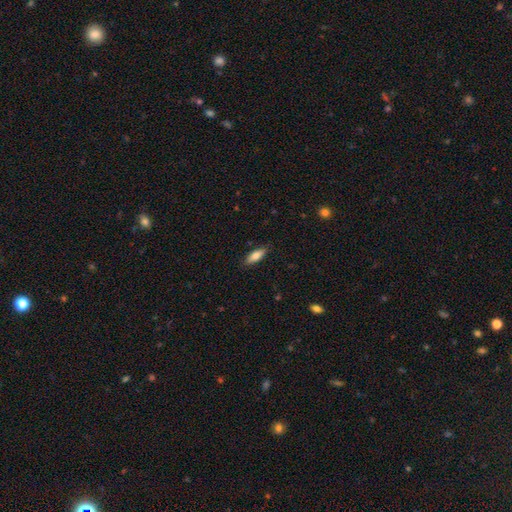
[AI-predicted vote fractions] smooth 82%, featured or disk 12%, star or artifact 6%. Down the decision tree: how rounded — in between (69%); merging — none (86%).